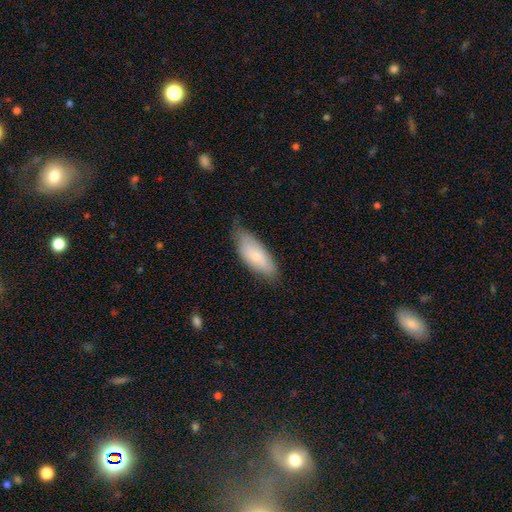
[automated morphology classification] Overall: smooth (72%). How rounded: in between (79%). Merging: none (62%; minor disturbance 31%).